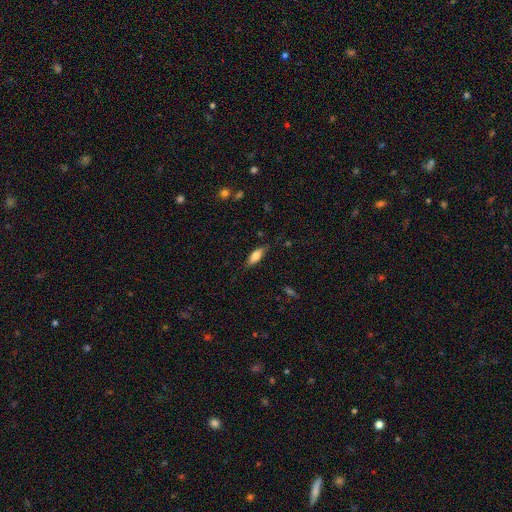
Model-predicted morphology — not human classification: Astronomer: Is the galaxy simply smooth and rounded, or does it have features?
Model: smooth — 76%.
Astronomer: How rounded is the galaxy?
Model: in between — 69%.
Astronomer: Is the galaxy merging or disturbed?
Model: none — 79%.